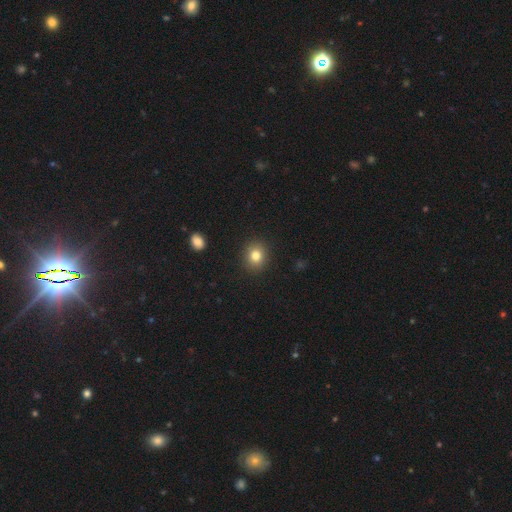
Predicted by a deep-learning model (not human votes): Smooth or featured? Predicted: smooth (p=0.82). How rounded? Predicted: round (p=0.76). Merging? Predicted: none (p=0.91).